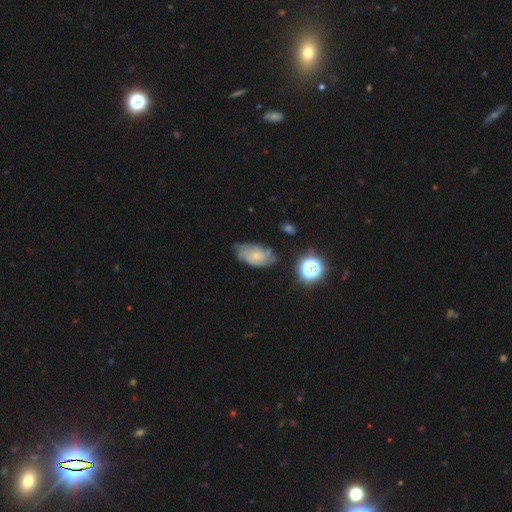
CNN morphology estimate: smooth-or-featured: featured or disk: 51% | smooth: 37% | star or artifact: 12%
  disk-edge-on: no: 95% | yes: 5%
  merging: none: 58% | minor disturbance: 28% | major disturbance: 9% | merger: 4%